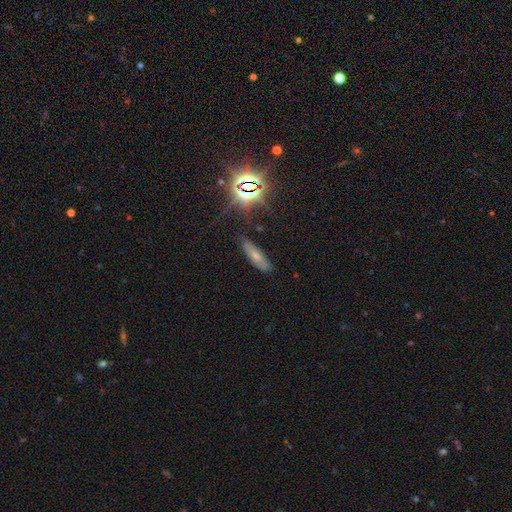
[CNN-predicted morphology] Q: Smooth or featured?
A: smooth (49%); runner-up: featured or disk (28%)
Q: Merging?
A: none (77%); runner-up: minor disturbance (16%)